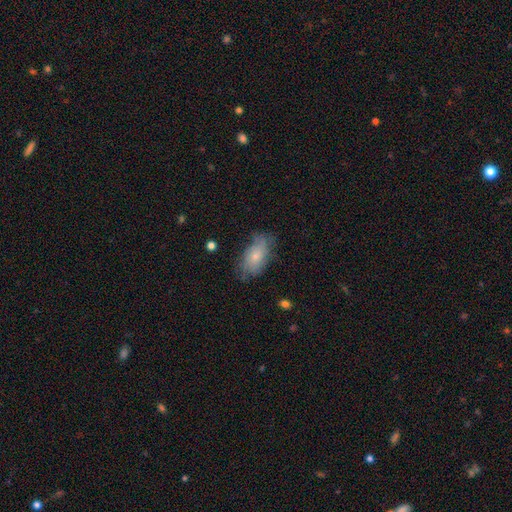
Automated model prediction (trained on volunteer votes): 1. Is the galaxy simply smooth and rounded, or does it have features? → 65% smooth, 28% featured or disk, 7% star or artifact.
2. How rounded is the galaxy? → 91% in between, 5% round, 4% cigar-shaped.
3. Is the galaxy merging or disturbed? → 60% none, 28% minor disturbance, 10% major disturbance, 2% merger.